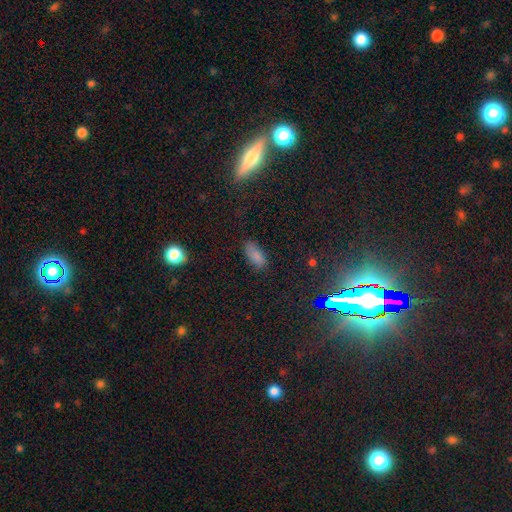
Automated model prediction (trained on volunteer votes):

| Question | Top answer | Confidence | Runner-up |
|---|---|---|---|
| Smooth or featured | smooth | 80% | star or artifact (13%) |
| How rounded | in between | 88% | cigar-shaped (9%) |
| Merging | none | 75% | minor disturbance (18%) |